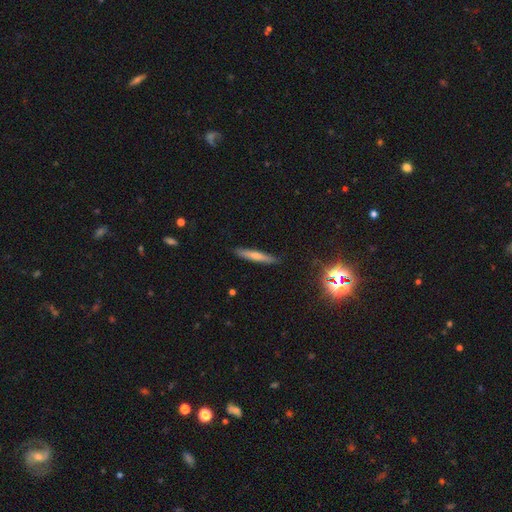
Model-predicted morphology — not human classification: Smooth or featured?
  - smooth: 62% *
  - featured or disk: 30%
  - star or artifact: 8%
How rounded?
  - cigar-shaped: 92% *
  - in between: 7%
  - round: 1%
Merging?
  - none: 87% *
  - minor disturbance: 10%
  - major disturbance: 2%
  - merger: 1%